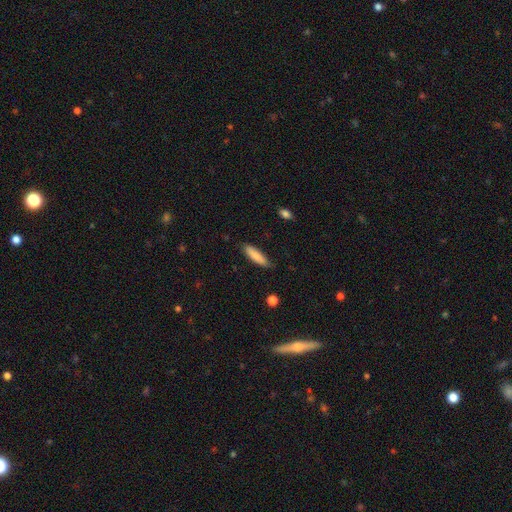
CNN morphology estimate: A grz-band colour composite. It shows a smooth galaxy with no disk features (85%) that is cigar-shaped (66%). Merging: none (80%).